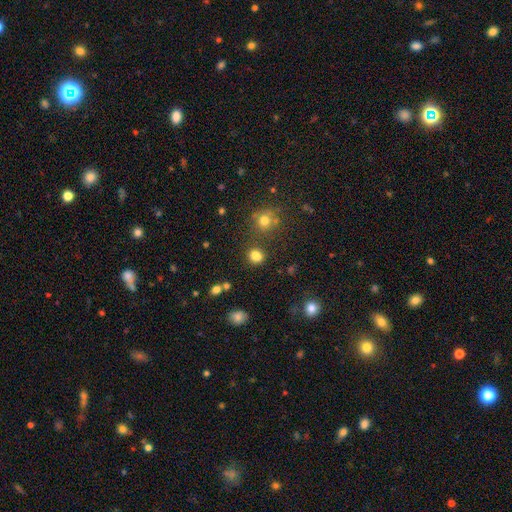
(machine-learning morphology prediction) Overall: smooth (80%). How rounded: round (72%). Merging: none (77%).